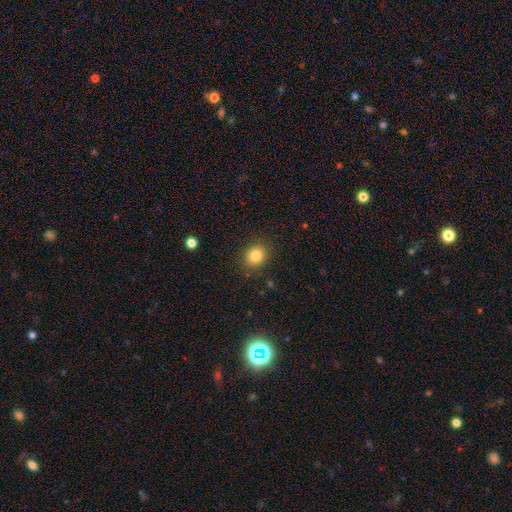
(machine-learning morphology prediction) A smooth galaxy with no disk features (83%) that is round (76%).

Vote fractions:
- Smooth or featured? smooth: 83% / star or artifact: 11% / featured or disk: 6%
- How rounded? round: 76% / in between: 23% / cigar-shaped: 1%
- Merging? none: 87% / minor disturbance: 8% / major disturbance: 3% / merger: 1%